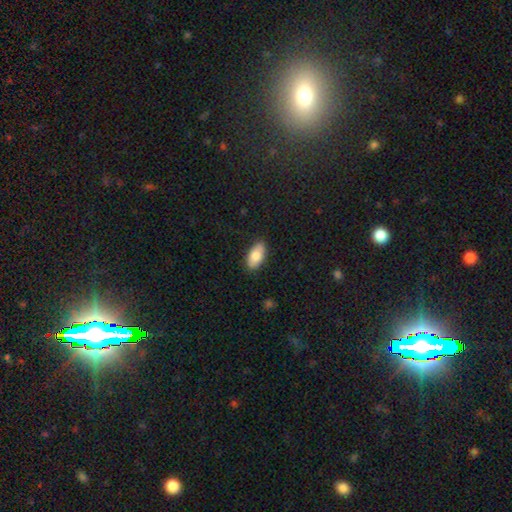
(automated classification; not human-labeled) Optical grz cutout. It shows a smooth galaxy with no disk features (80%) that is in between round and cigar-shaped (92%). Merging: none (84%).